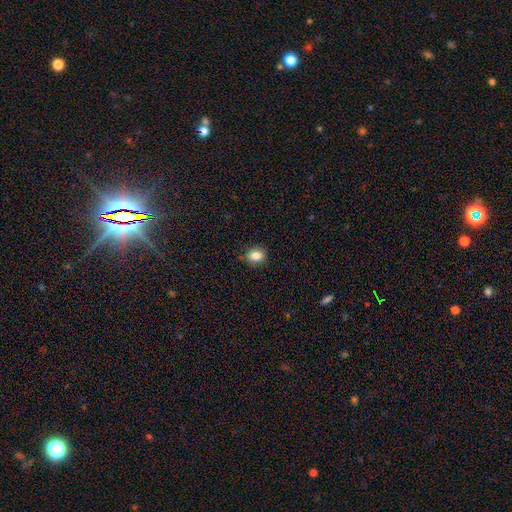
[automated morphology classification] smooth_or_featured: smooth (p=0.84) [alt: star or artifact p=0.10]
how_rounded: round (p=0.53) [alt: in between p=0.46]
merging: none (p=0.81) [alt: minor disturbance p=0.15]